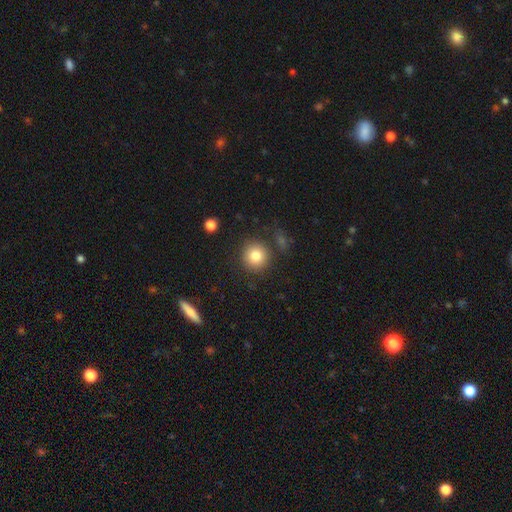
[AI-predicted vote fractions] Smooth or featured: smooth — 82% (star or artifact — 10%)
How rounded: round — 93% (in between — 6%)
Merging: none — 85% (minor disturbance — 8%)